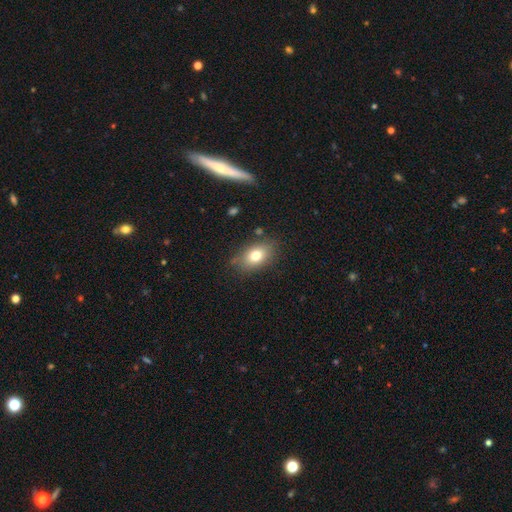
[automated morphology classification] A smooth galaxy with no disk features (76%) that is in between round and cigar-shaped (82%).

Vote fractions:
- Smooth or featured? smooth: 76% / featured or disk: 14% / star or artifact: 10%
- How rounded? in between: 82% / round: 15% / cigar-shaped: 2%
- Merging? none: 79% / minor disturbance: 15% / major disturbance: 4% / merger: 2%